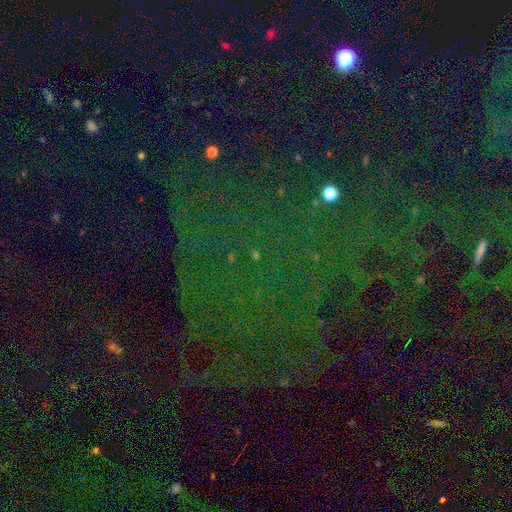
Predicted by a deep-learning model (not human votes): Smooth or featured? star or artifact (79%)